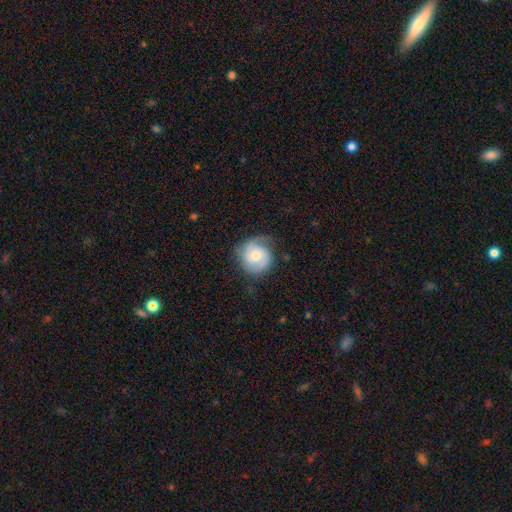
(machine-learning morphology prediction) smooth-or-featured: featured or disk: 65% | smooth: 28% | star or artifact: 7%
  disk-edge-on: no: 98% | yes: 2%
    bar: no: 66% | weak: 29% | strong: 4%
    has-spiral-arms: yes: 93% | no: 7%
      spiral-winding: tight: 47% | medium: 40% | loose: 13%
      spiral-arm-count: 2: 69% | can't tell: 13% | 3: 8% | 1: 7% | 4: 2% | more than 4: 2%
    bulge-size: moderate: 51% | small: 35% | large: 8% | none: 4% | dominant: 2%
  merging: none: 69% | minor disturbance: 22% | major disturbance: 8% | merger: 1%